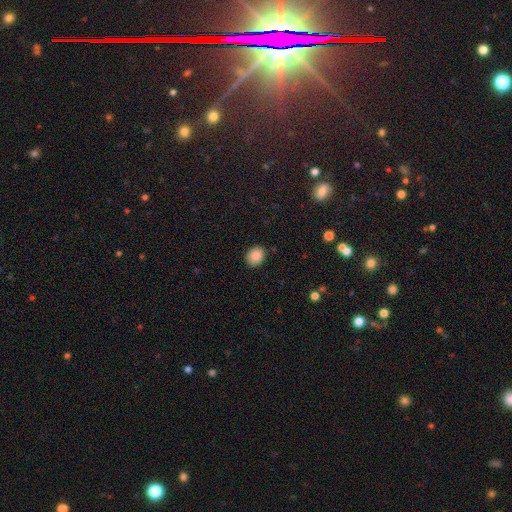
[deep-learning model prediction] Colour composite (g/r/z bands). It shows a smooth galaxy with no disk features (88%) that is round (57%). Merging: none (88%).